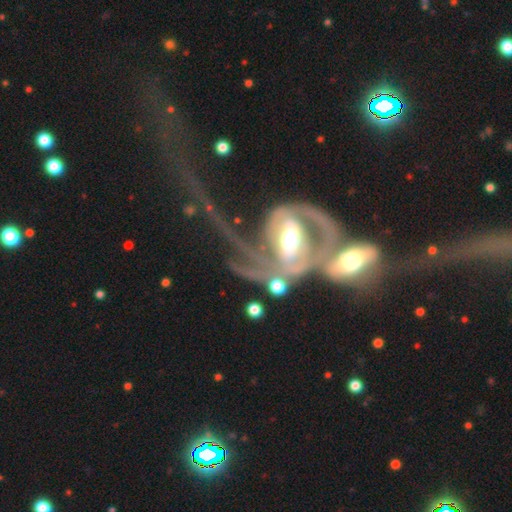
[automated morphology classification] Smooth or featured? featured or disk (85%)
Edge-on disk? no (91%)
Bar? strong (38%)
Spiral arms? yes (87%)
Spiral winding? loose (43%)
Spiral arm count? 2 (59%)
Bulge size? moderate (62%)
Merging? merger (72%)